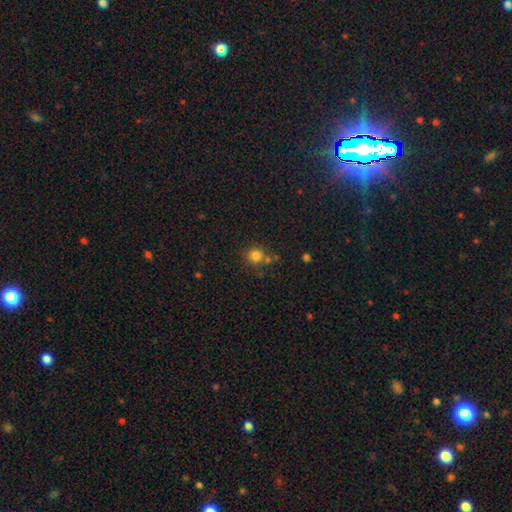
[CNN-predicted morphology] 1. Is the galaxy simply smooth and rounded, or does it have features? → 81% smooth, 13% star or artifact, 6% featured or disk.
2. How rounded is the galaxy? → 92% round, 7% in between, 1% cigar-shaped.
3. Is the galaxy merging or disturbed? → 72% none, 14% merger, 10% minor disturbance, 4% major disturbance.